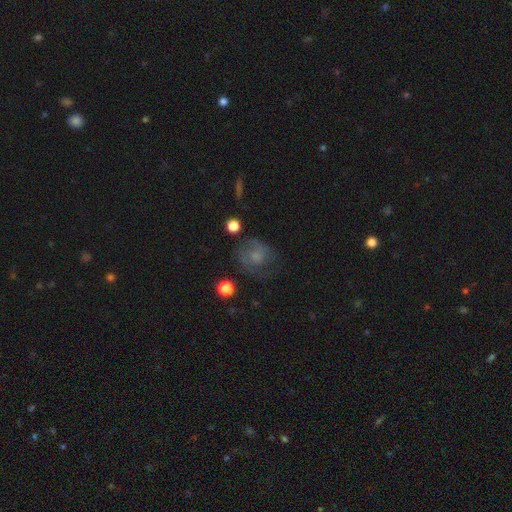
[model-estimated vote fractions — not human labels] Overall: smooth (54%; featured or disk 33%). How rounded: round (70%). Merging: none (49%; minor disturbance 24%).